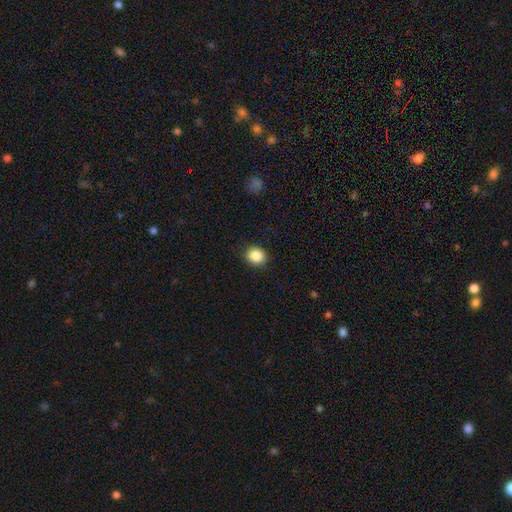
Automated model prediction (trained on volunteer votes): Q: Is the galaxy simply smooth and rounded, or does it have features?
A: smooth — 87%.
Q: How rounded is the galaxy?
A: round — 73%.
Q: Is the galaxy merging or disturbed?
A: none — 87%.